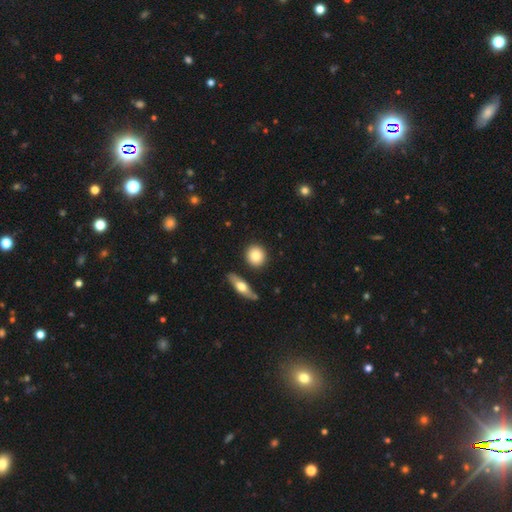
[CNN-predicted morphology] The model was most divided on "how rounded": round: 82%, in between: 15%, cigar-shaped: 3%. More confident: merging — none (85%); smooth or featured — smooth (84%).